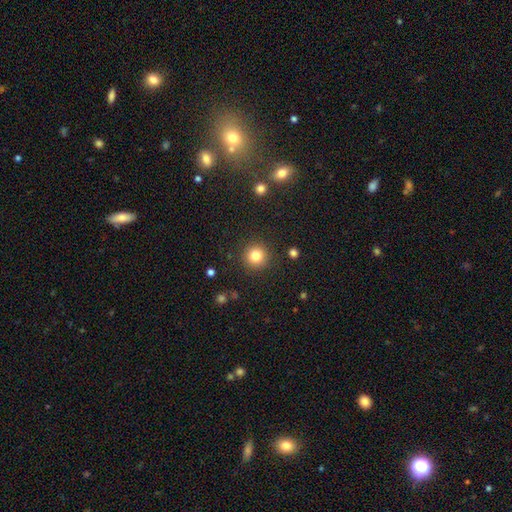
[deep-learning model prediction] smooth-or-featured: smooth: 82% | star or artifact: 12% | featured or disk: 7%
  how-rounded: round: 95% | in between: 4% | cigar-shaped: 1%
  merging: none: 90% | minor disturbance: 6% | major disturbance: 3% | merger: 2%